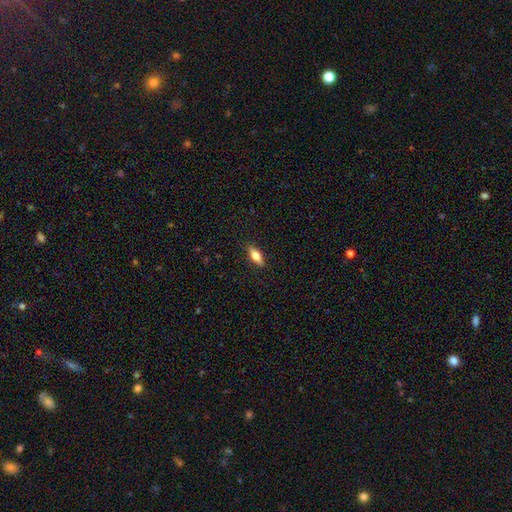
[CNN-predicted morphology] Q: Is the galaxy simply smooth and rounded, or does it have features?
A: smooth — 60%.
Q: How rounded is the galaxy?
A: in between — 62%.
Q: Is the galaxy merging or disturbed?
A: none — 88%.